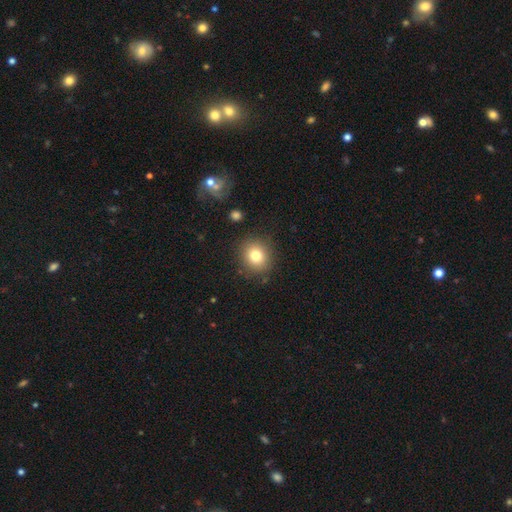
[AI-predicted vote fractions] Smooth or featured: smooth — 79% (star or artifact — 12%)
How rounded: round — 84% (in between — 15%)
Merging: none — 86% (minor disturbance — 9%)